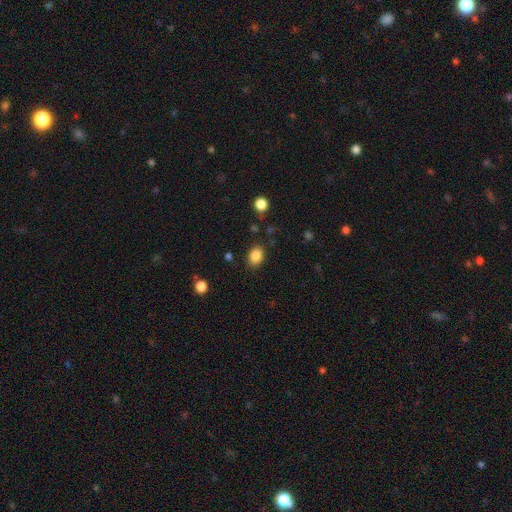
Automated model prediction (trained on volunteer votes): A smooth galaxy with no disk features (86%) that is in between round and cigar-shaped (72%).

Vote fractions:
- Smooth or featured? smooth: 86% / star or artifact: 9% / featured or disk: 5%
- How rounded? in between: 72% / round: 27% / cigar-shaped: 1%
- Merging? none: 83% / minor disturbance: 12% / major disturbance: 3% / merger: 2%